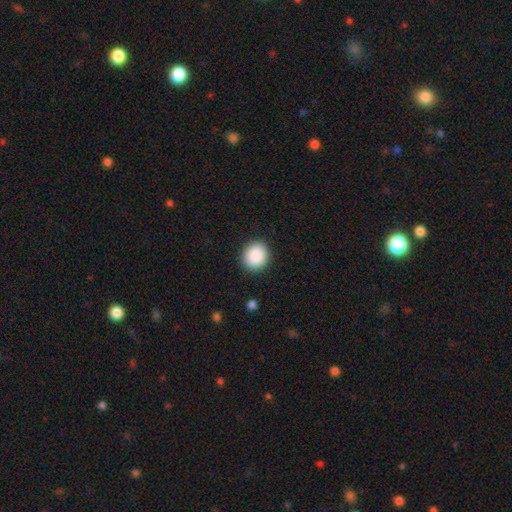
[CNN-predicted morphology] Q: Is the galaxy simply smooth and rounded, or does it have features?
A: smooth — 89%.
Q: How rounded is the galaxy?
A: round — 76%.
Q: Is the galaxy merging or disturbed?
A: none — 91%.